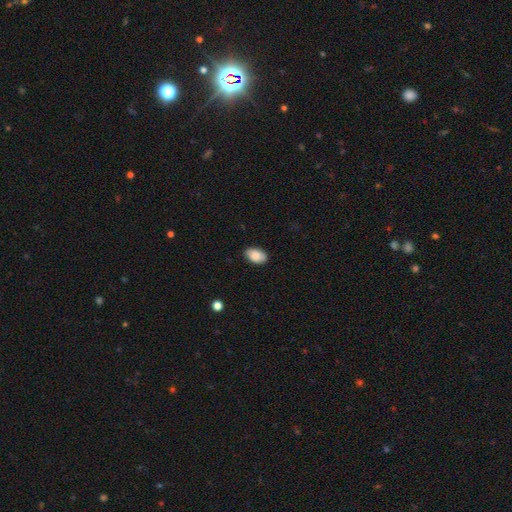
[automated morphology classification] This is clearly a smooth galaxy (87%). How rounded: clearly in between (91%). Merging: clearly none (86%).